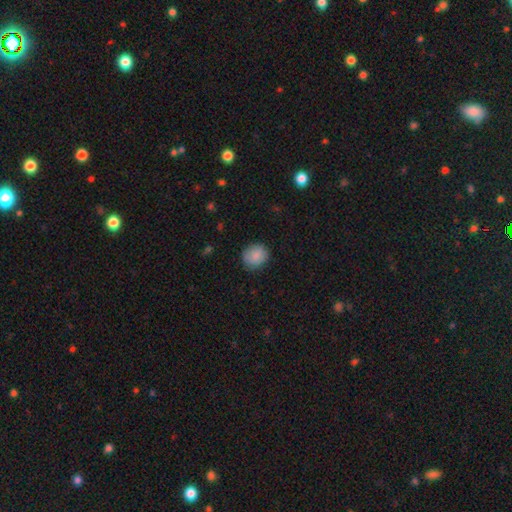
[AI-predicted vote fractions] Morphology: type=smooth (88%); roundness=round (79%); merging=none (85%).